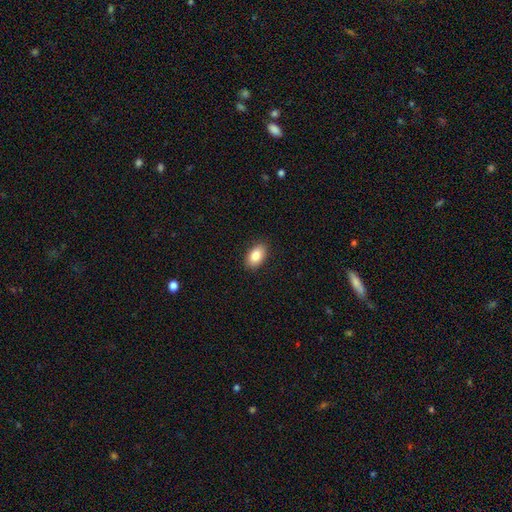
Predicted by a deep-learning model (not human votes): This appears to be a smooth galaxy with no disk features (85%) that is in between round and cigar-shaped (91%). Merging: none (89%).